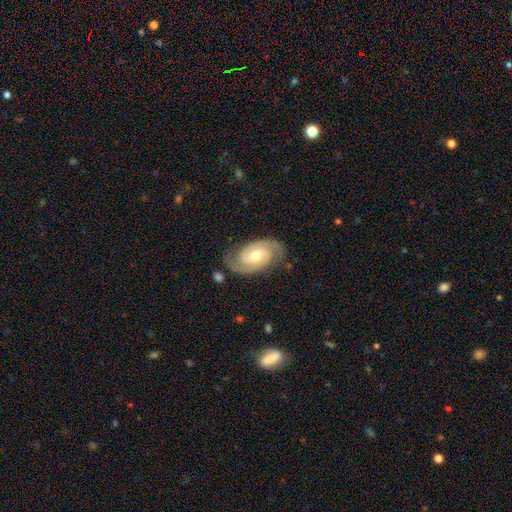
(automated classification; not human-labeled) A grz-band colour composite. It shows a featured or disk galaxy (87%) with no bar (52%), 2 (90%) tight (53%) spiral arms (97%) and a moderate central bulge (62%). Merging: none (83%).